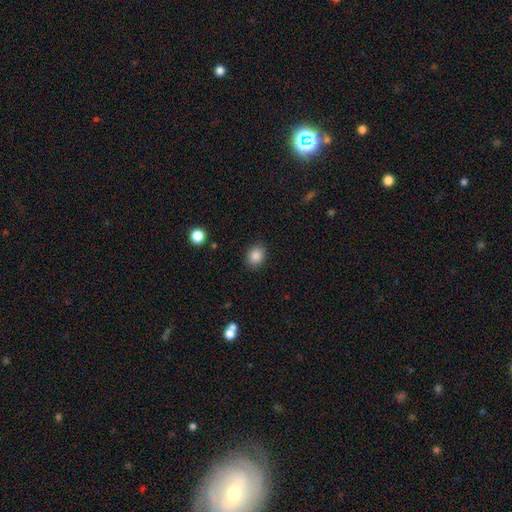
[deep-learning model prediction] Smooth or featured? Predicted: smooth (p=0.86). How rounded? Predicted: round (p=0.53). Merging? Predicted: none (p=0.88).